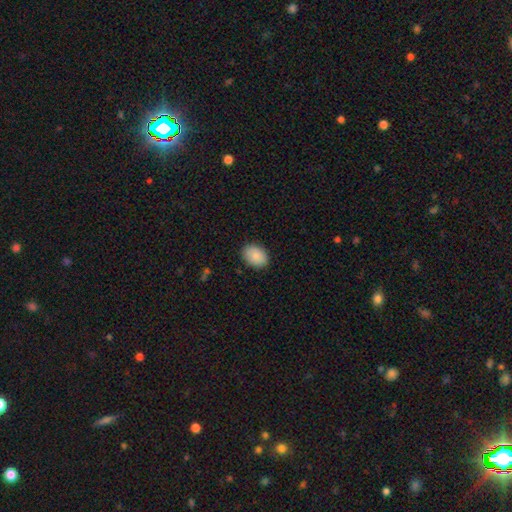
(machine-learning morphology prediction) Smooth or featured? Predicted: smooth (p=0.88). How rounded? Predicted: in between (p=0.76). Merging? Predicted: none (p=0.87).